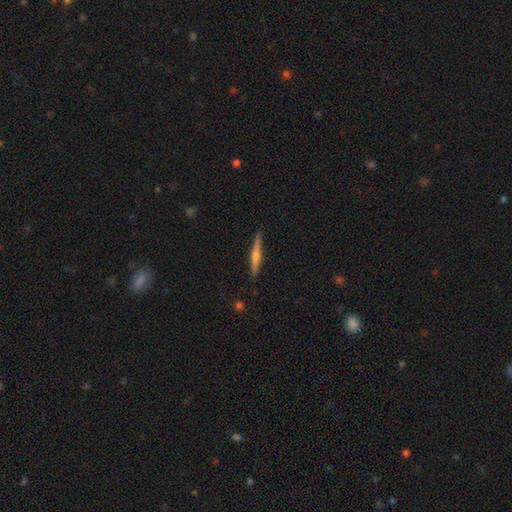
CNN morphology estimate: featured or disk 68%, smooth 26%, star or artifact 6%. Down the decision tree: edge-on disk — yes (98%); edge-on bulge — rounded (81%); merging — none (91%).